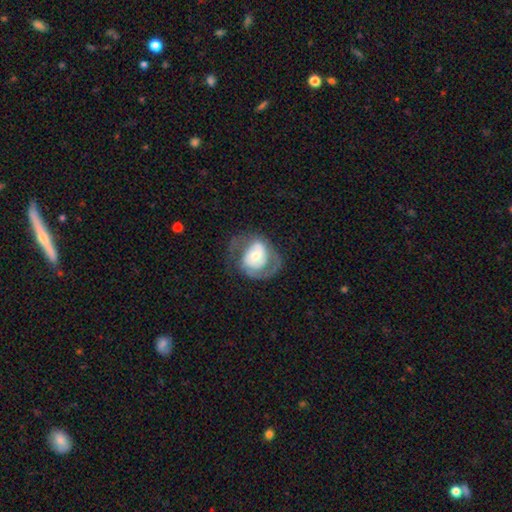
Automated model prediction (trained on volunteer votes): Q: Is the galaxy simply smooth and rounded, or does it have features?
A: featured or disk — 63%.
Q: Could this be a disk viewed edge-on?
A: no — 96%.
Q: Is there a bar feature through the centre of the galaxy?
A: no — 65%.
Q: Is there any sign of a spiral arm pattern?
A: yes — 71%.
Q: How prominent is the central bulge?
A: moderate — 48%.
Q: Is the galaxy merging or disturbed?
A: none — 48%.